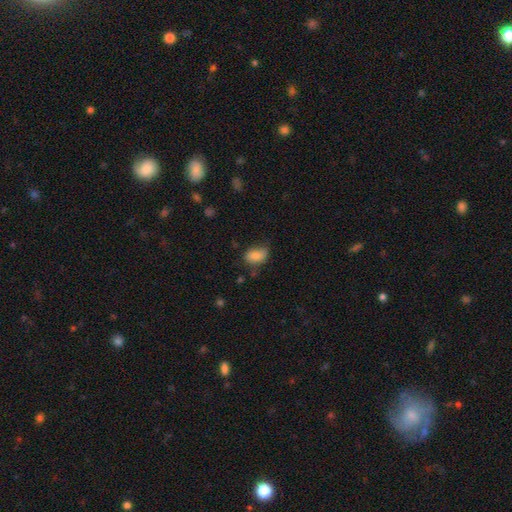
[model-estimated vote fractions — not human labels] Smooth or featured: smooth — 80% (featured or disk — 12%)
How rounded: in between — 82% (round — 16%)
Merging: none — 59% (minor disturbance — 31%)